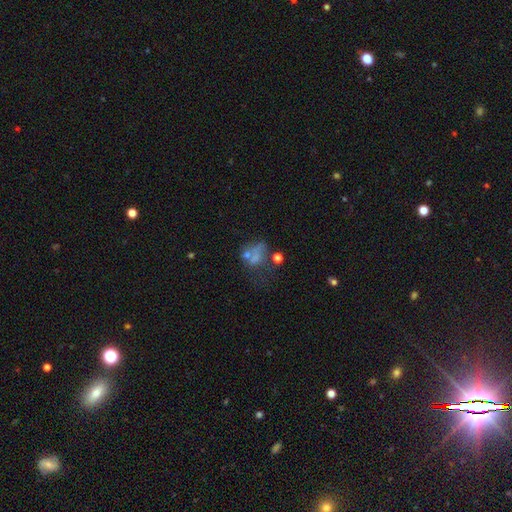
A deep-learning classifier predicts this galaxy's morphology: Smooth or featured? smooth (46%)
Merging? major disturbance (32%)